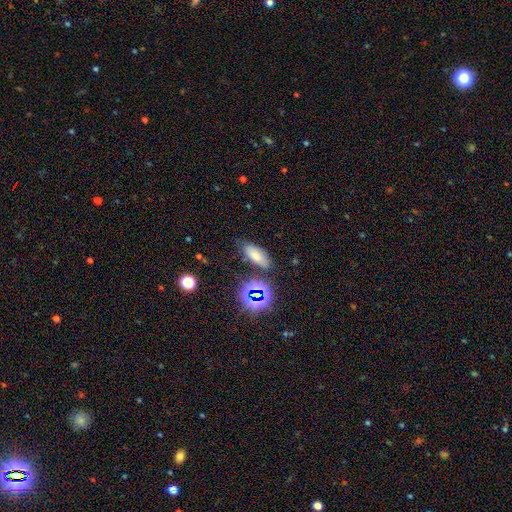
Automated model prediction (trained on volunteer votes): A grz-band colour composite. It shows a smooth galaxy with no disk features (67%) that is in between round and cigar-shaped (78%). Merging: none (76%).